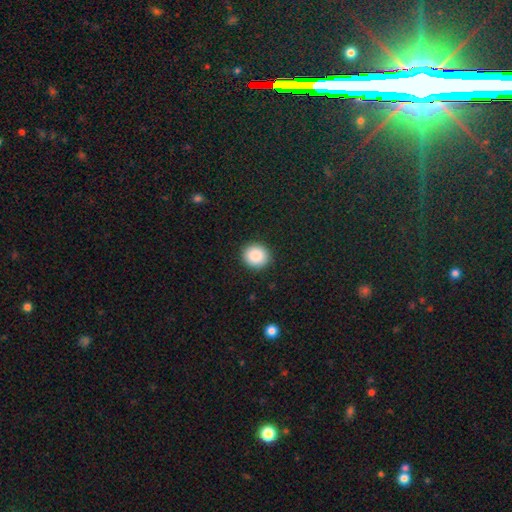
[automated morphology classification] Q: Smooth or featured?
A: smooth (88%); runner-up: star or artifact (8%)
Q: How rounded?
A: round (85%); runner-up: in between (14%)
Q: Merging?
A: none (91%); runner-up: minor disturbance (6%)